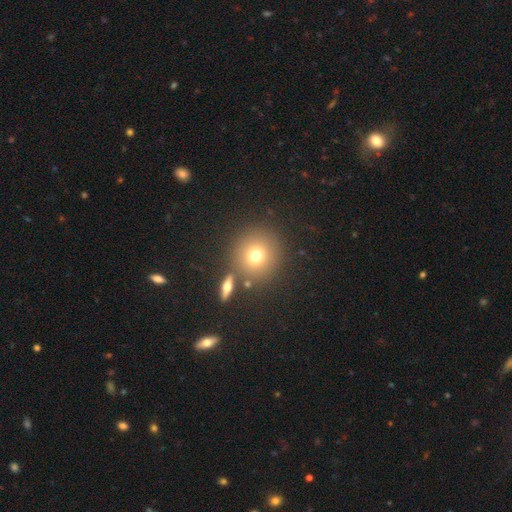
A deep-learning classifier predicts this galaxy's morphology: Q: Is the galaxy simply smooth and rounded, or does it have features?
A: smooth — 71%.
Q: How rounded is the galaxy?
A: round — 90%.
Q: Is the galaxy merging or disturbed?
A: none — 78%.